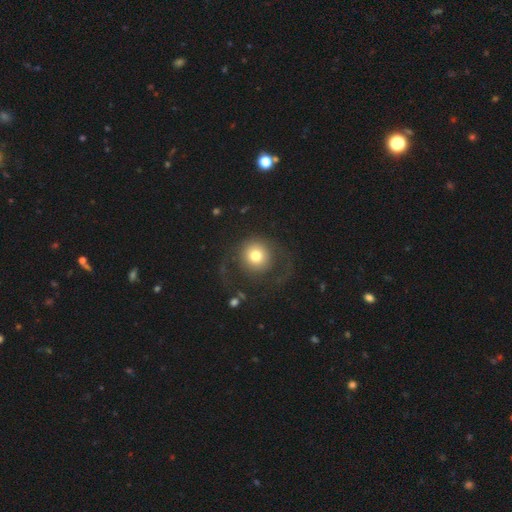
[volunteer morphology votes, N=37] type=smooth (76%); roundness=round (93%); merging=major disturbance (49%).